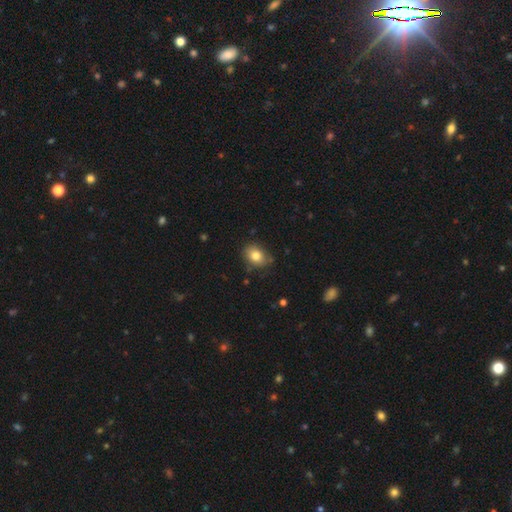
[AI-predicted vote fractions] Smooth or featured? smooth (81%)
How rounded? in between (65%)
Merging? none (74%)